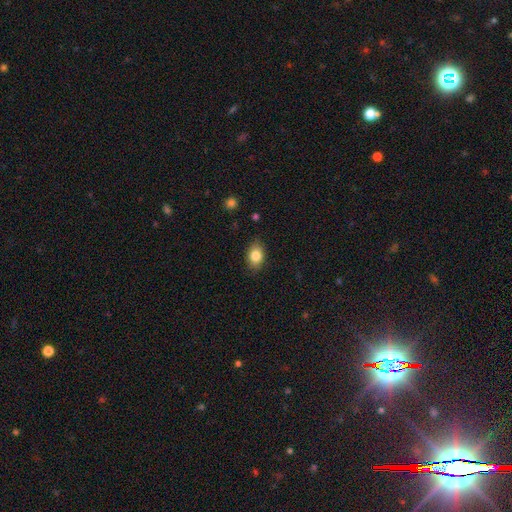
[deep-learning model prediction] Overall: smooth (83%). How rounded: in between (79%). Merging: none (84%).